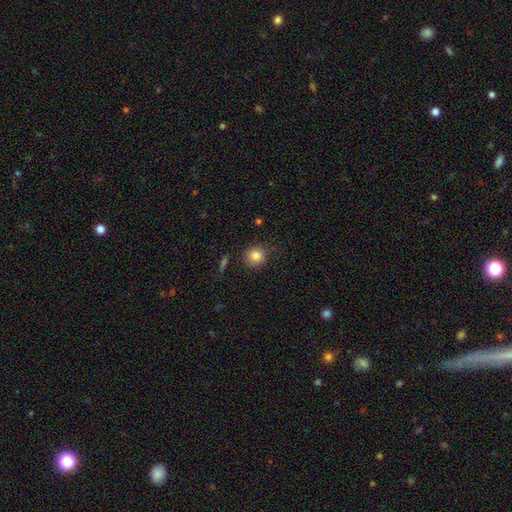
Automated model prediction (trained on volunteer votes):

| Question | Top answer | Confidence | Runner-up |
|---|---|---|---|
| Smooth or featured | smooth | 85% | star or artifact (10%) |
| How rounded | round | 87% | in between (12%) |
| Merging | none | 82% | minor disturbance (12%) |